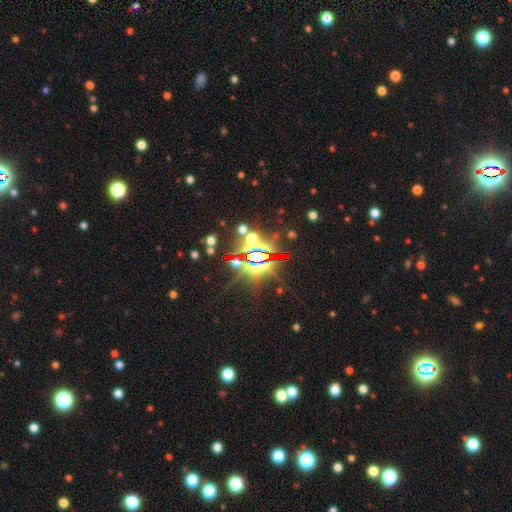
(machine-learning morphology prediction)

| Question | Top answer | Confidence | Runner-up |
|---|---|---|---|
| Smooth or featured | star or artifact | 81% | smooth (9%) |